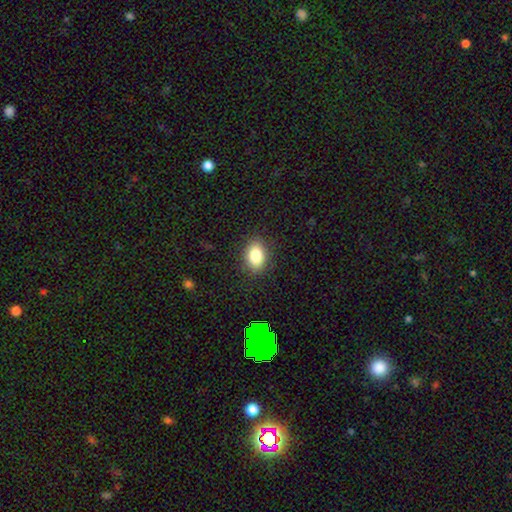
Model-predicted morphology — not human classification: This is clearly a smooth galaxy (83%). How rounded: clearly in between (81%). Merging: clearly none (86%).